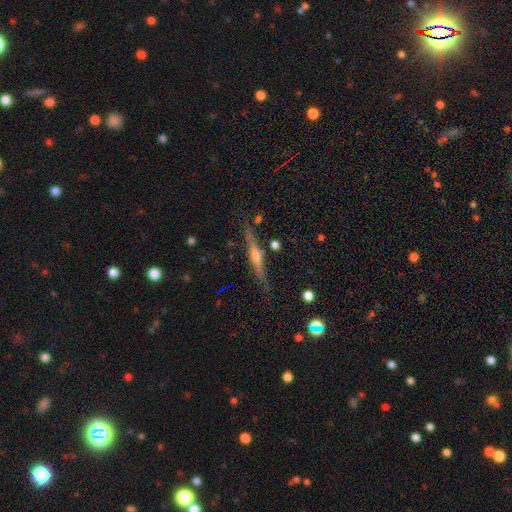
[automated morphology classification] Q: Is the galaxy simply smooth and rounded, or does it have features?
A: featured or disk — 70%.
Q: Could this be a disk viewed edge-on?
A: yes — 97%.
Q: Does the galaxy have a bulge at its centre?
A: rounded — 65%.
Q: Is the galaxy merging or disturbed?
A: none — 84%.